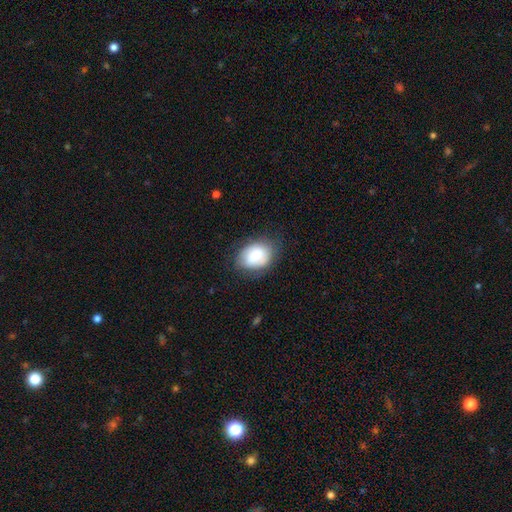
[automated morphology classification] type=smooth (79%); roundness=in between (74%); merging=none (65%).